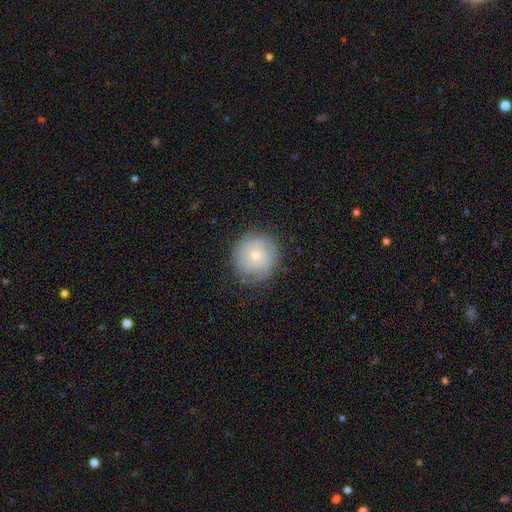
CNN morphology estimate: This appears to be a smooth galaxy with no disk features (49%). Merging: none (78%).